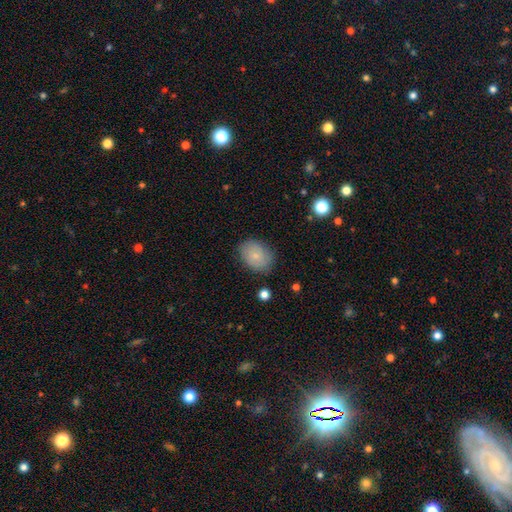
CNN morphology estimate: This appears to be a smooth galaxy with no disk features (78%) that is in between round and cigar-shaped (72%). Merging: none (81%).